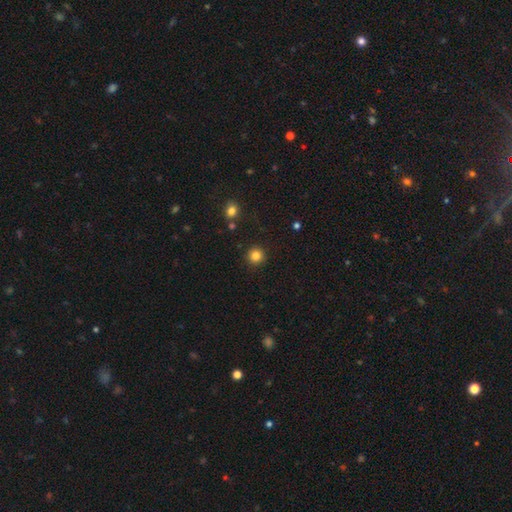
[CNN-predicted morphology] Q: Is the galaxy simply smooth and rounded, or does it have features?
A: smooth — 83%.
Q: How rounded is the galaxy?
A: round — 95%.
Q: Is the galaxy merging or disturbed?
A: none — 91%.